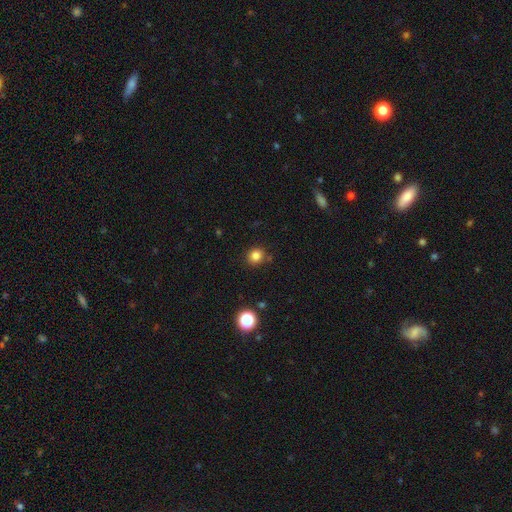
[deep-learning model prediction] Smooth or featured? smooth (82%)
How rounded? round (87%)
Merging? none (84%)